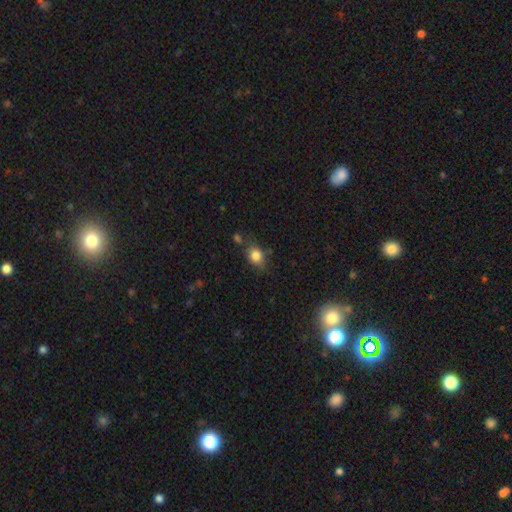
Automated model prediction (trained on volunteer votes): smooth_or_featured: smooth (p=0.83) [alt: star or artifact p=0.10]
how_rounded: in between (p=0.58) [alt: round p=0.40]
merging: none (p=0.69) [alt: minor disturbance p=0.19]